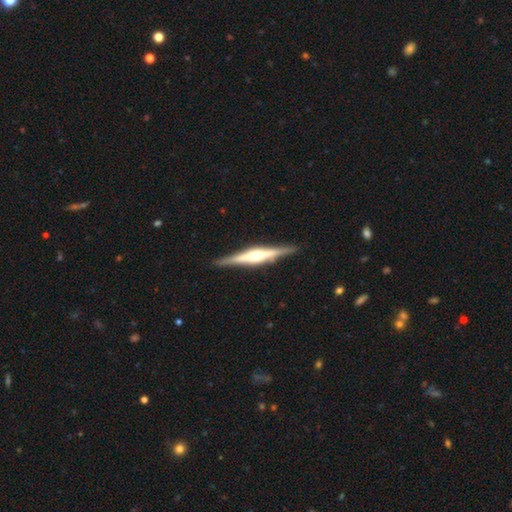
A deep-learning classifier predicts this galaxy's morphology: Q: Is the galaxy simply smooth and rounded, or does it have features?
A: featured or disk — 80%.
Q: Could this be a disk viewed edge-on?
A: yes — 98%.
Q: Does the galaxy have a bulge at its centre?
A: rounded — 78%.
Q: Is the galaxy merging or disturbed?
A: none — 89%.